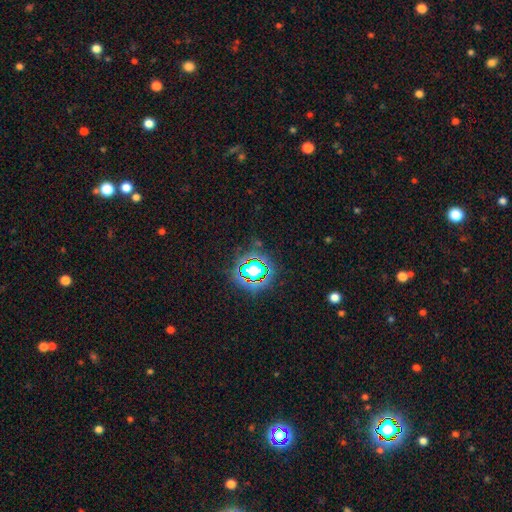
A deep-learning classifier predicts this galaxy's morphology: Smooth or featured? star or artifact (83%)